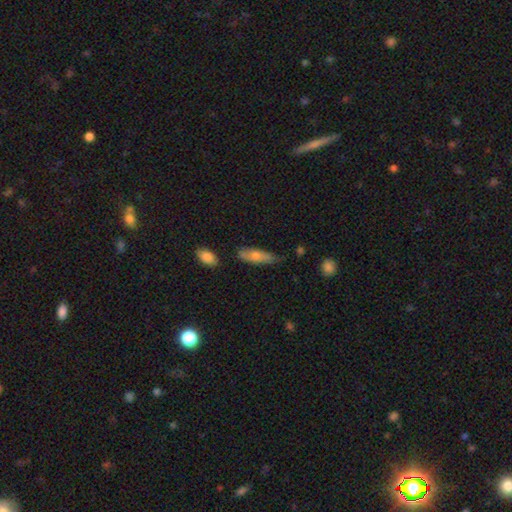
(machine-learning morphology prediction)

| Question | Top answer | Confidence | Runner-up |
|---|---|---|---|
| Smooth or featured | smooth | 64% | featured or disk (29%) |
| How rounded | cigar-shaped | 56% | in between (42%) |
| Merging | none | 65% | minor disturbance (27%) |